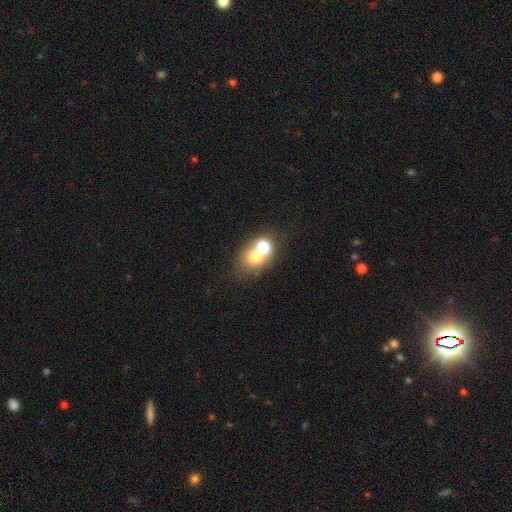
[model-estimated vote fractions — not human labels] This appears to be a smooth galaxy with no disk features (63%) that is round (67%). Merging: merger (44%).